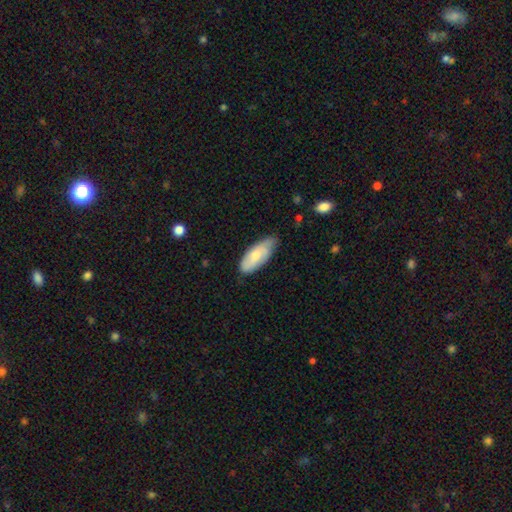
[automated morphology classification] The model was most divided on "smooth or featured": smooth: 66%, featured or disk: 29%, star or artifact: 5%. More confident: how rounded — in between (83%); merging — none (69%).